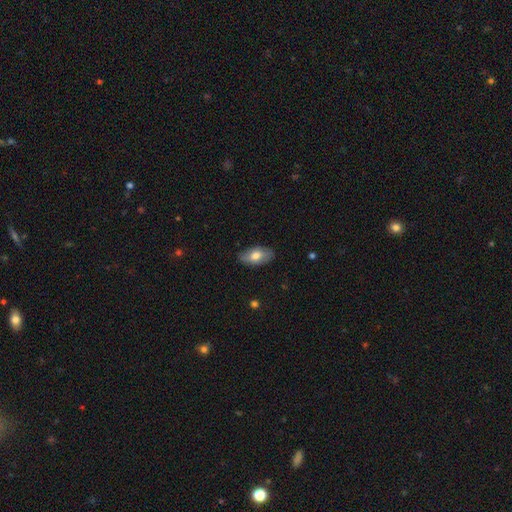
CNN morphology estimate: Overall: smooth (71%). How rounded: in between (92%). Merging: none (83%).